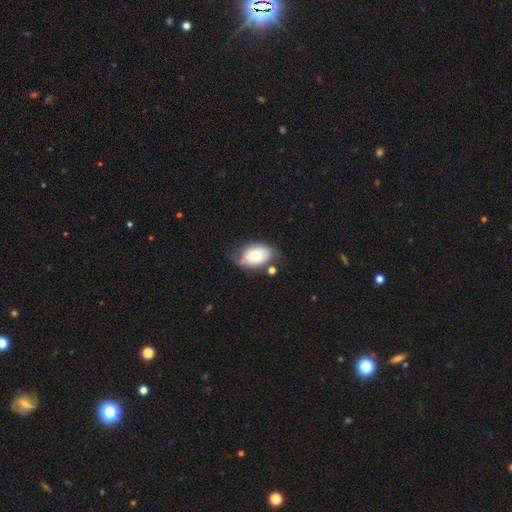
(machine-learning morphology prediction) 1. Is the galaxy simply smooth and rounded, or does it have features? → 50% smooth, 43% featured or disk, 7% star or artifact.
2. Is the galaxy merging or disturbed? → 40% none, 34% minor disturbance, 18% major disturbance, 8% merger.